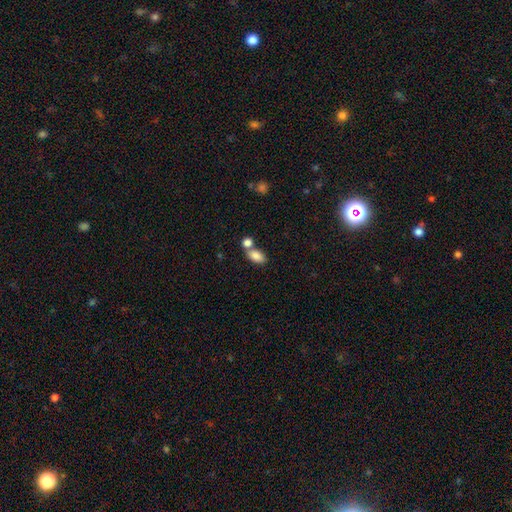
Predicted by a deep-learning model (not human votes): This is clearly a smooth galaxy (85%). How rounded: clearly in between (90%). Merging: possibly none (47%).